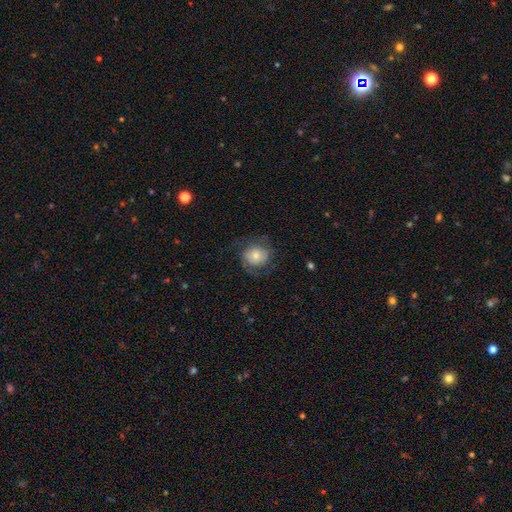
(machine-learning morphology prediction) The model was most divided on "smooth or featured": smooth: 57%, featured or disk: 35%, star or artifact: 8%. More confident: how rounded — round (80%); merging — none (62%).